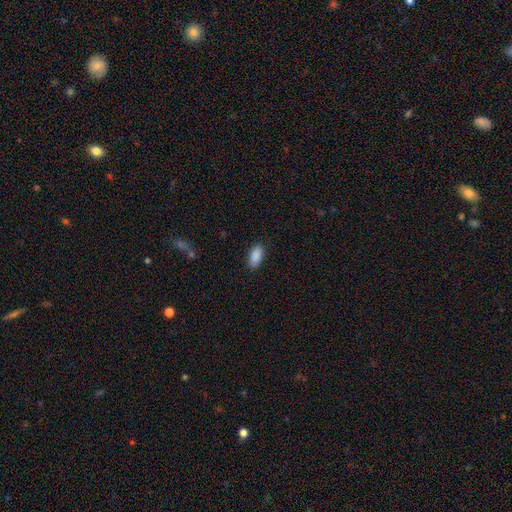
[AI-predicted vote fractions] smooth 90%, star or artifact 7%, featured or disk 3%. Down the decision tree: how rounded — in between (91%); merging — none (87%).